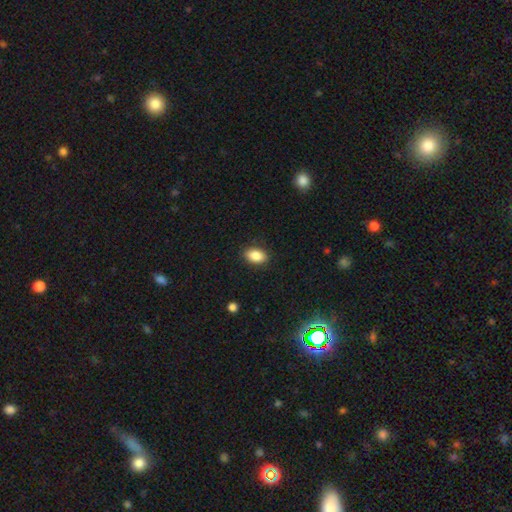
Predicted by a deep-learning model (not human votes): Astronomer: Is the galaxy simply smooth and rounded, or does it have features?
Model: smooth — 87%.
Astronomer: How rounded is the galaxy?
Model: in between — 88%.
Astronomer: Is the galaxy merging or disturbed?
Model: none — 88%.